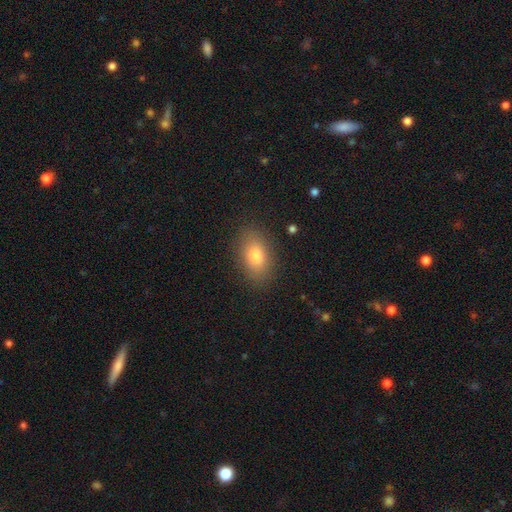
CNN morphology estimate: smooth_or_featured: smooth (p=0.80) [alt: featured or disk p=0.11]
how_rounded: in between (p=0.88) [alt: round p=0.10]
merging: none (p=0.86) [alt: minor disturbance p=0.10]